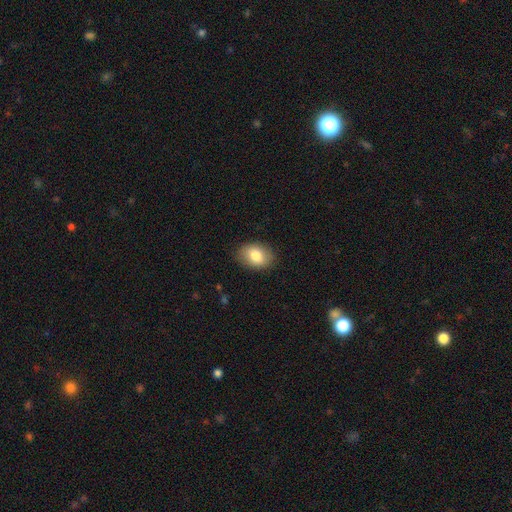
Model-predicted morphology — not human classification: Smooth or featured?
  - smooth: 82% *
  - featured or disk: 11%
  - star or artifact: 7%
How rounded?
  - in between: 78% *
  - round: 20%
  - cigar-shaped: 1%
Merging?
  - none: 86% *
  - minor disturbance: 11%
  - major disturbance: 3%
  - merger: 1%